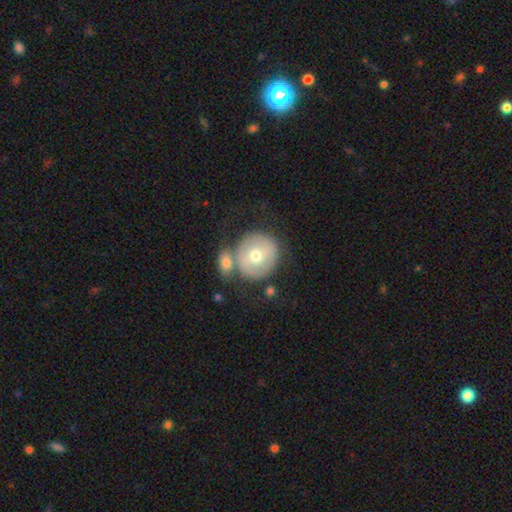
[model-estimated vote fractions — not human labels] This appears to be a smooth galaxy with no disk features (56%) that is round (90%). Merging: none (53%).